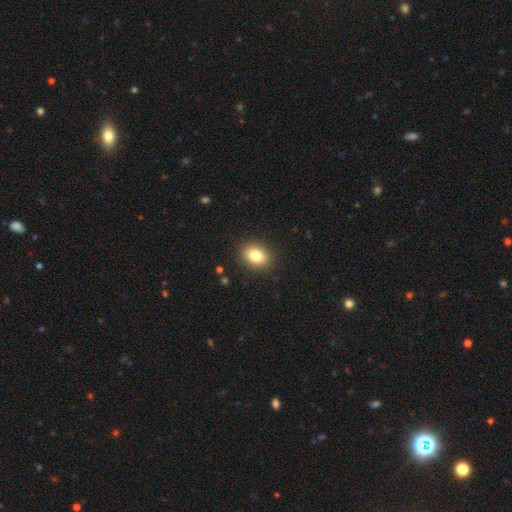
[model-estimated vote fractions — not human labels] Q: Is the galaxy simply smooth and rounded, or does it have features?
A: smooth — 81%.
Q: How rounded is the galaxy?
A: in between — 63%.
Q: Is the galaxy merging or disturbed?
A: none — 89%.